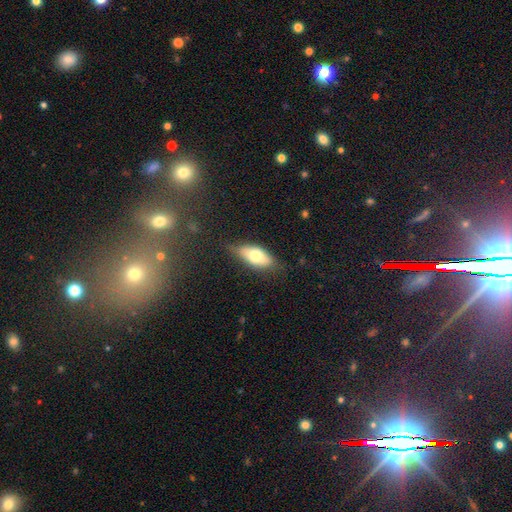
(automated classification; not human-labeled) A smooth galaxy with no disk features (69%) that is in between round and cigar-shaped (84%). Merging: none (67%).